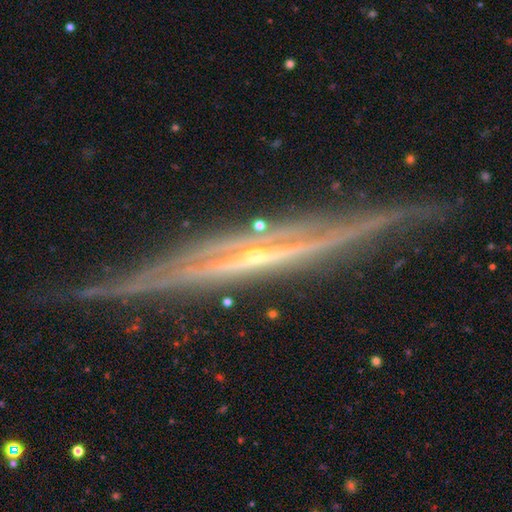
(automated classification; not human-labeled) smooth_or_featured: featured or disk (p=0.85) [alt: star or artifact p=0.08]
disk_edge_on: yes (p=0.95) [alt: no p=0.05]
edge_on_bulge: none (p=0.58) [alt: rounded p=0.31]
merging: none (p=0.82) [alt: minor disturbance p=0.13]